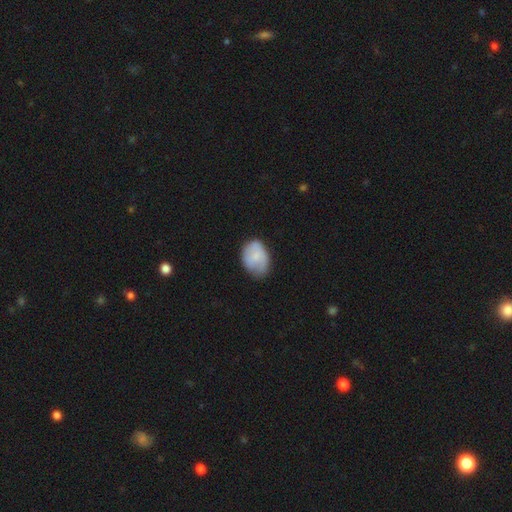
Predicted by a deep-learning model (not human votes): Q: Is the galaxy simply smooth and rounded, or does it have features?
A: smooth — 70%.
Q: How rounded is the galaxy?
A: in between — 75%.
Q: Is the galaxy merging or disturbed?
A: none — 54%.